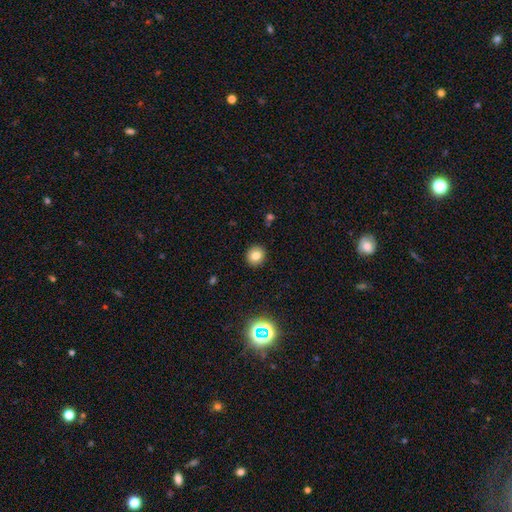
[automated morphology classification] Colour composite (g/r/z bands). It shows a smooth galaxy with no disk features (80%) that is round (86%). Merging: none (91%).